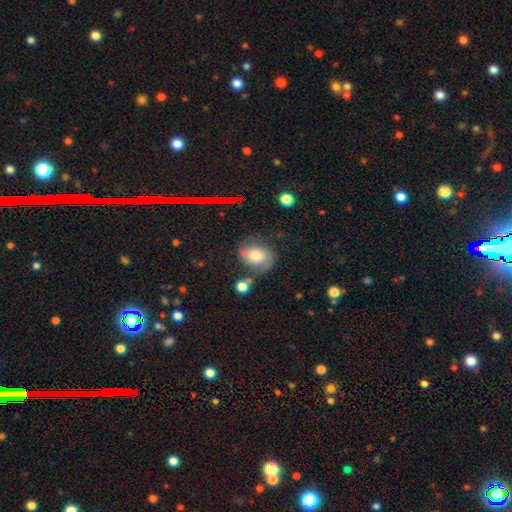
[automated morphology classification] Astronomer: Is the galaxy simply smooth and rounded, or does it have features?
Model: smooth — 48% (runner-up: featured or disk, 42%).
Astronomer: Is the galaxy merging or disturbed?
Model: none — 53%.